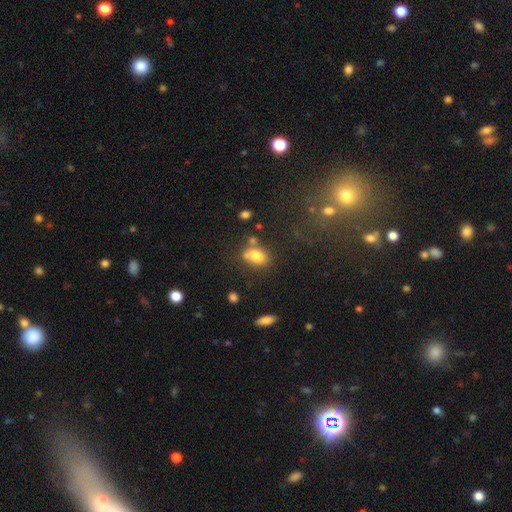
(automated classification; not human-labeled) The model was most divided on "merging": none: 55%, merger: 19%, minor disturbance: 18%, major disturbance: 7%. More confident: how rounded — in between (82%); smooth or featured — smooth (78%).